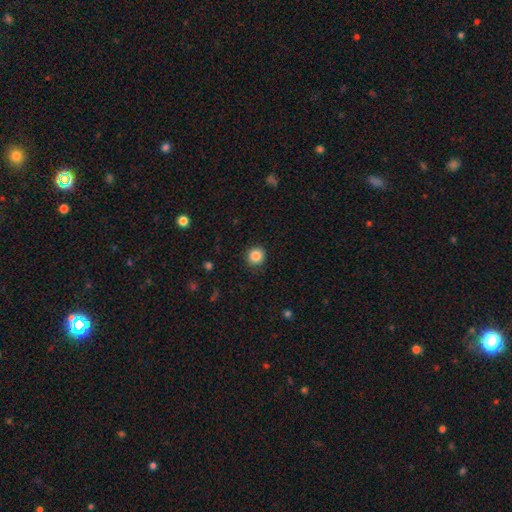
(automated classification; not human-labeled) A smooth galaxy with no disk features (86%) that is round (92%). Merging: none (89%).